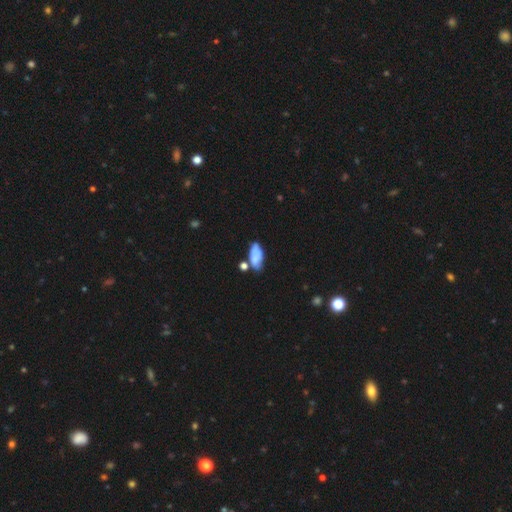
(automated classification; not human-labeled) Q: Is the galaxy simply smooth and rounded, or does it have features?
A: smooth — 74%.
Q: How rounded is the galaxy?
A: in between — 88%.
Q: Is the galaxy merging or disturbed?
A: none — 49%.